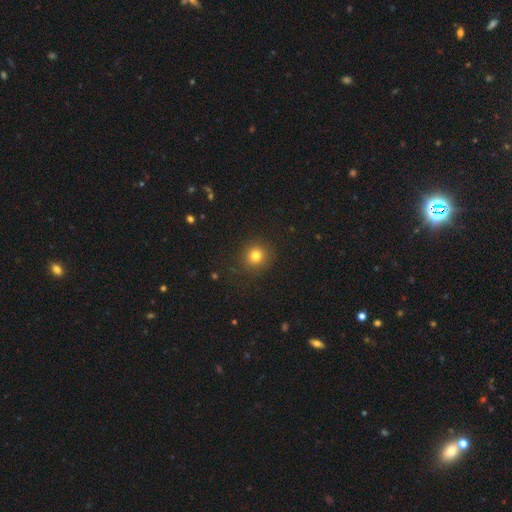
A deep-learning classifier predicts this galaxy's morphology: smooth-or-featured: smooth: 79% | star or artifact: 14% | featured or disk: 6%
  how-rounded: round: 92% | in between: 7% | cigar-shaped: 1%
  merging: none: 88% | minor disturbance: 8% | major disturbance: 3% | merger: 1%